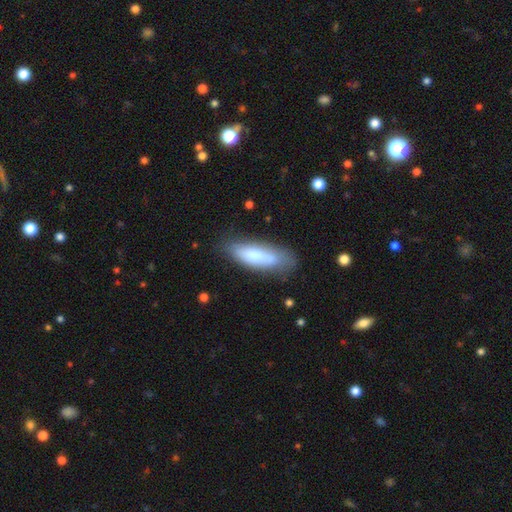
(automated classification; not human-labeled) smooth-or-featured: smooth: 74% | featured or disk: 19% | star or artifact: 6%
  how-rounded: in between: 50% | cigar-shaped: 49% | round: 2%
  merging: none: 67% | minor disturbance: 21% | major disturbance: 7% | merger: 4%